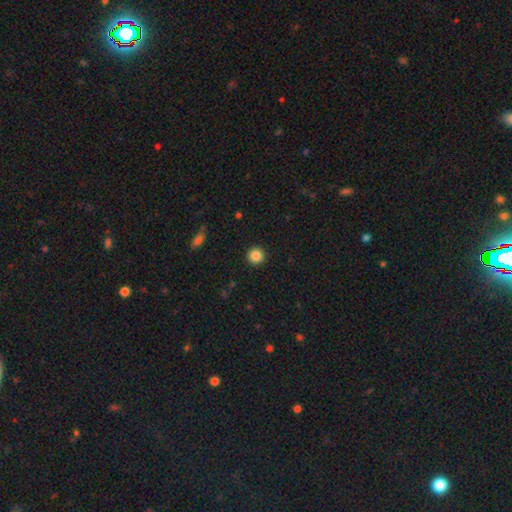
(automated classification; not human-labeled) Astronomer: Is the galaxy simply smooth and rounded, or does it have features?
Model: smooth — 86%.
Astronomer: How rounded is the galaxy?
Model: round — 95%.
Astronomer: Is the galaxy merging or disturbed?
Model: none — 93%.